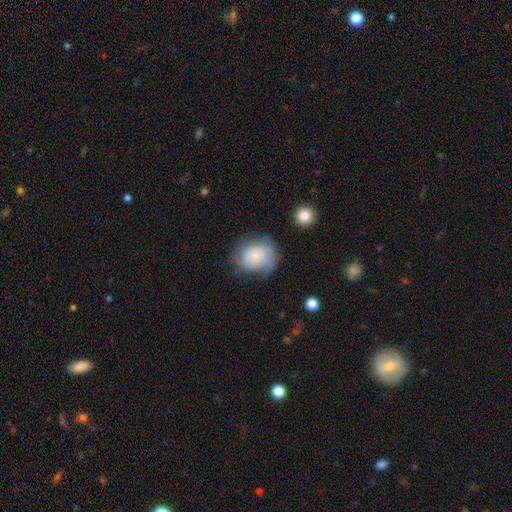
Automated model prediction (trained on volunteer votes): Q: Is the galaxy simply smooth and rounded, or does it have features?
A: featured or disk — 52%.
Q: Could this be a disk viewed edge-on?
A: no — 98%.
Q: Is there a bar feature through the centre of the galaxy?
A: no — 77%.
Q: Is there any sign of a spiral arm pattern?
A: yes — 86%.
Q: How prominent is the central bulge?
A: small — 57%.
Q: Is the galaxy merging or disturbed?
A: none — 62%.